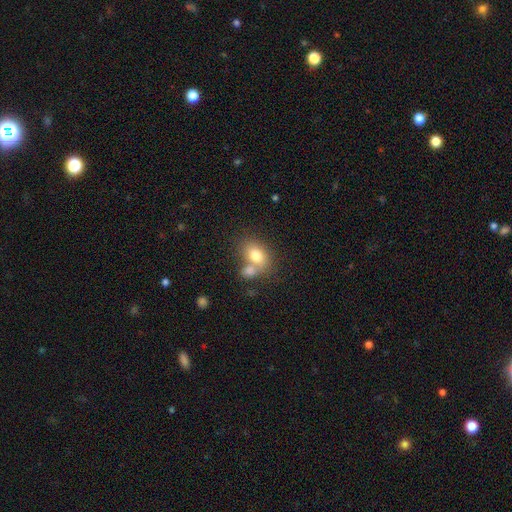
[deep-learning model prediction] This is likely a smooth galaxy (76%). How rounded: likely in between (72%). Merging: marginally merger (42%).